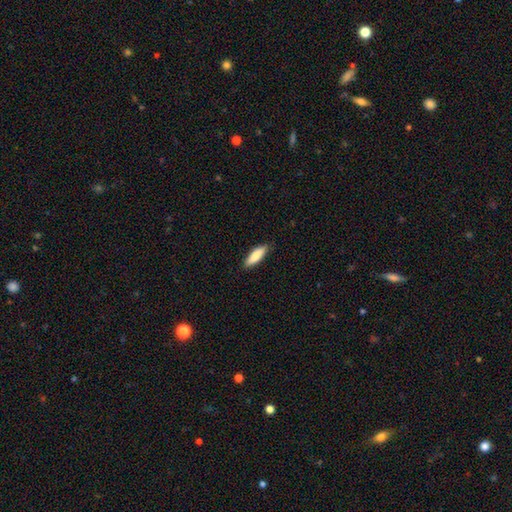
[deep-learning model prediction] A smooth galaxy with no disk features (82%) that is cigar-shaped (50%).

Vote fractions:
- Smooth or featured? smooth: 82% / featured or disk: 12% / star or artifact: 6%
- How rounded? cigar-shaped: 50% / in between: 49% / round: 2%
- Merging? none: 88% / minor disturbance: 9% / major disturbance: 2% / merger: 1%